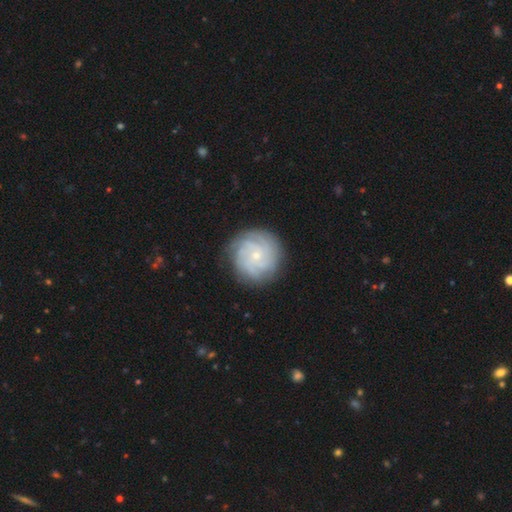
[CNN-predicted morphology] A featured or disk galaxy (78%) with no bar (78%), tight (74%) spiral arms (96%) and a small central bulge (78%). Merging: none (83%).